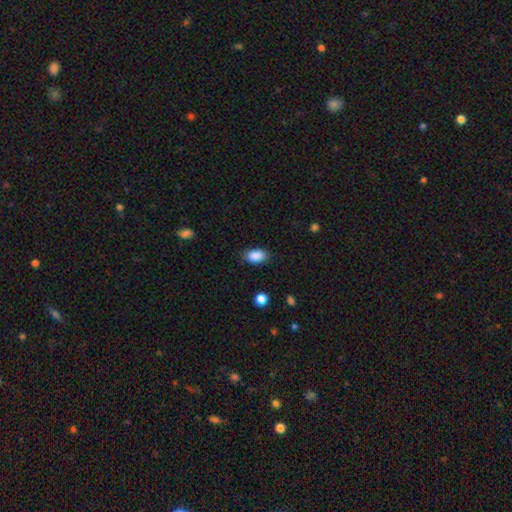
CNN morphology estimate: Q: Smooth or featured?
A: smooth (89%); runner-up: star or artifact (8%)
Q: How rounded?
A: in between (91%); runner-up: round (7%)
Q: Merging?
A: none (82%); runner-up: minor disturbance (13%)